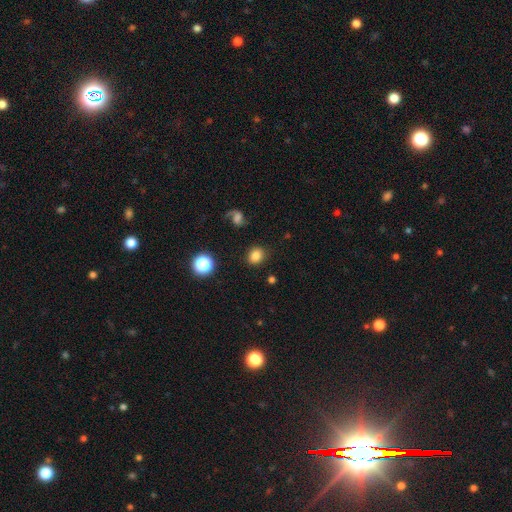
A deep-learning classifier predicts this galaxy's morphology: A smooth galaxy with no disk features (81%) that is round (67%). Merging: none (86%).